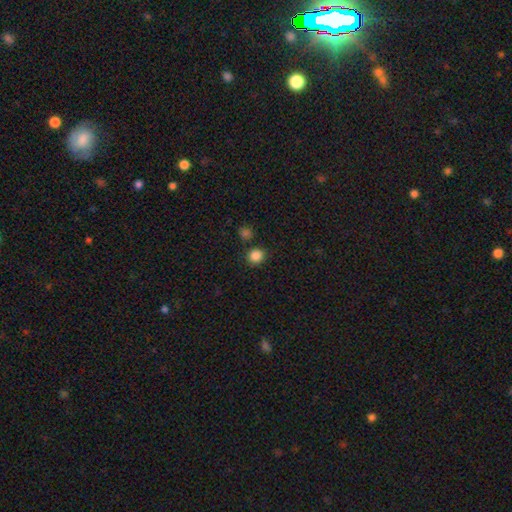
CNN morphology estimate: Smooth or featured: smooth — 85% (star or artifact — 11%)
How rounded: round — 88% (in between — 12%)
Merging: none — 83% (minor disturbance — 8%)